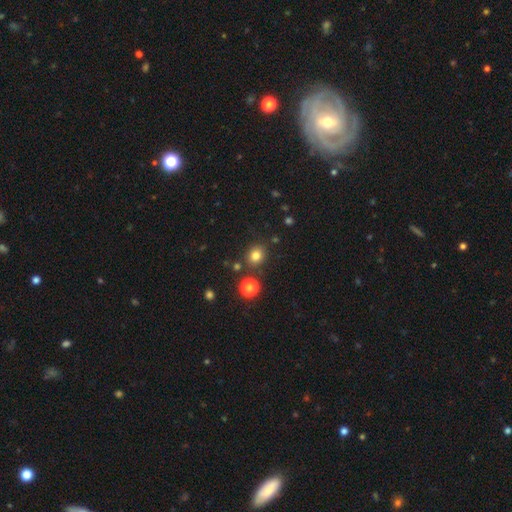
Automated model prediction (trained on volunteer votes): This is likely a smooth galaxy (80%). How rounded: likely round (73%). Merging: clearly none (80%).